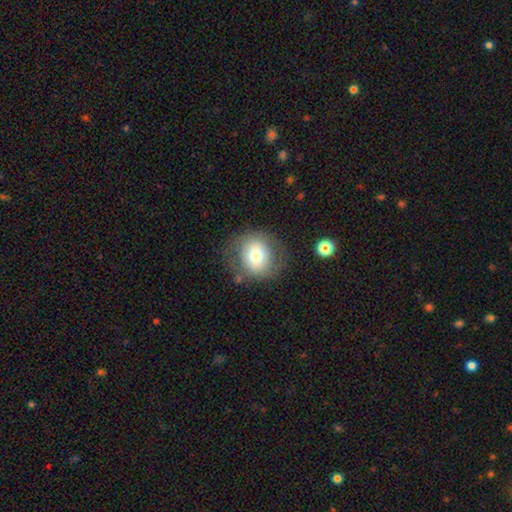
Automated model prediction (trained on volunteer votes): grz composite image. It shows a smooth galaxy with no disk features (65%) that is round (80%). Merging: none (73%).